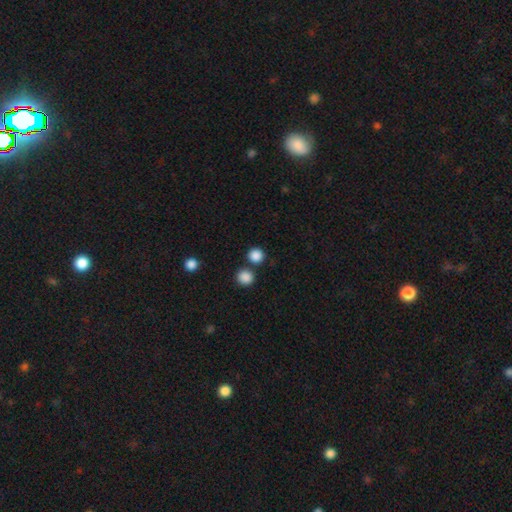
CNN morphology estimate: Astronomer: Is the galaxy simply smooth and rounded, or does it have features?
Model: smooth — 86%.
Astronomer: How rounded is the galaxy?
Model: round — 91%.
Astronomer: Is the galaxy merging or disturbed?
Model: none — 76%.